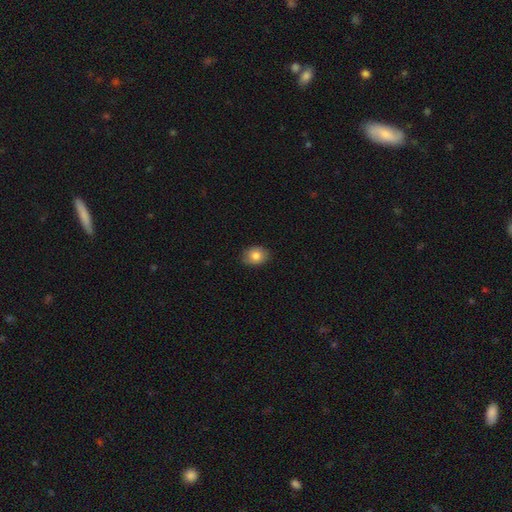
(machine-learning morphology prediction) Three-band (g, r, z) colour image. It shows a smooth galaxy with no disk features (82%) that is in between round and cigar-shaped (64%). Merging: none (85%).